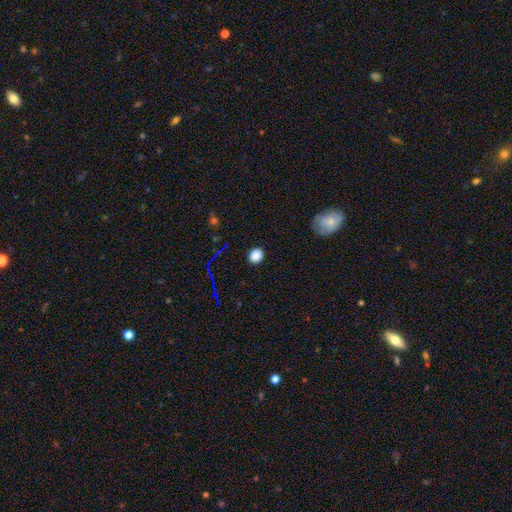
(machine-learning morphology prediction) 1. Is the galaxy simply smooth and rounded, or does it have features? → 83% smooth, 13% star or artifact, 4% featured or disk.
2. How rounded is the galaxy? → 71% round, 28% in between, 1% cigar-shaped.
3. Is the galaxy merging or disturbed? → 89% none, 8% minor disturbance, 2% major disturbance, 1% merger.